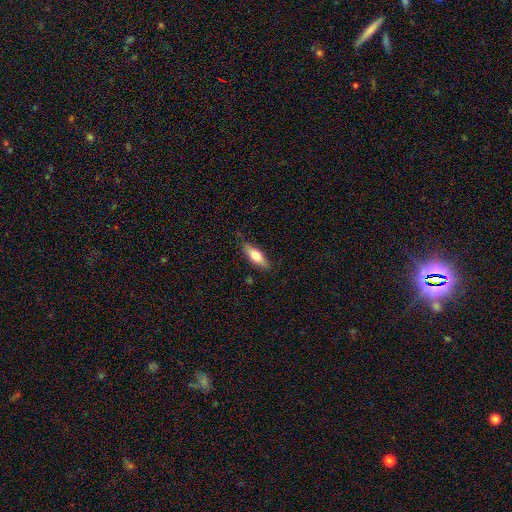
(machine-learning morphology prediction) smooth-or-featured: smooth: 63% | featured or disk: 31% | star or artifact: 6%
  how-rounded: in between: 57% | cigar-shaped: 41% | round: 3%
  merging: none: 83% | minor disturbance: 13% | major disturbance: 3% | merger: 1%